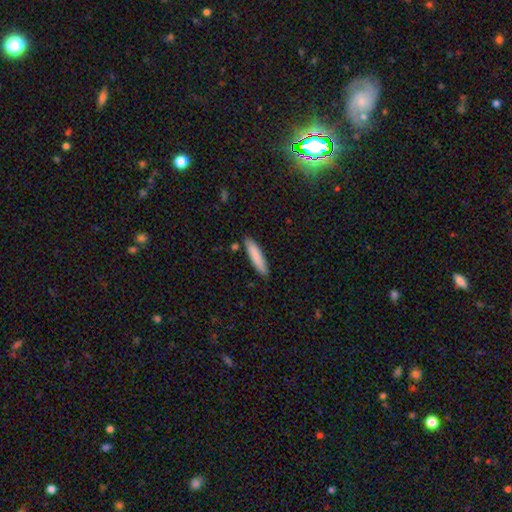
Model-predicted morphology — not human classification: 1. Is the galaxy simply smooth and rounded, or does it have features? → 83% smooth, 11% featured or disk, 6% star or artifact.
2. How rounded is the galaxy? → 85% cigar-shaped, 14% in between, 1% round.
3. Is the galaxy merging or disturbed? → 86% none, 10% minor disturbance, 3% merger, 2% major disturbance.